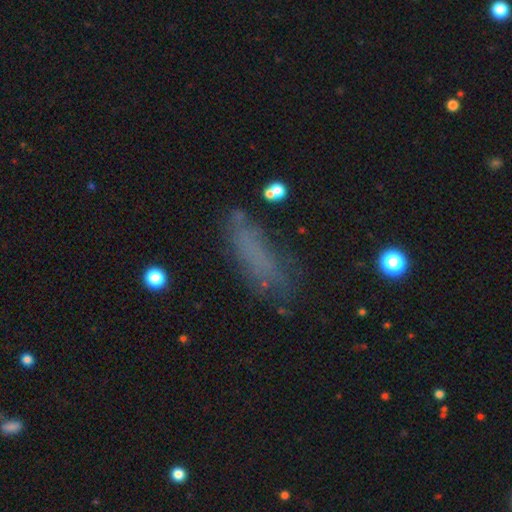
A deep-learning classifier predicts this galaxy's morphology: type=smooth (63%); roundness=cigar-shaped (50%); merging=none (61%).